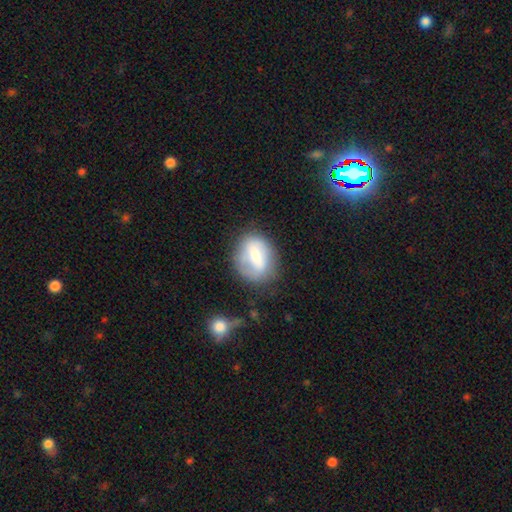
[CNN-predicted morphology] smooth-or-featured: smooth: 52% | featured or disk: 40% | star or artifact: 8%
  how-rounded: in between: 57% | round: 40% | cigar-shaped: 3%
  merging: none: 63% | minor disturbance: 22% | major disturbance: 11% | merger: 4%